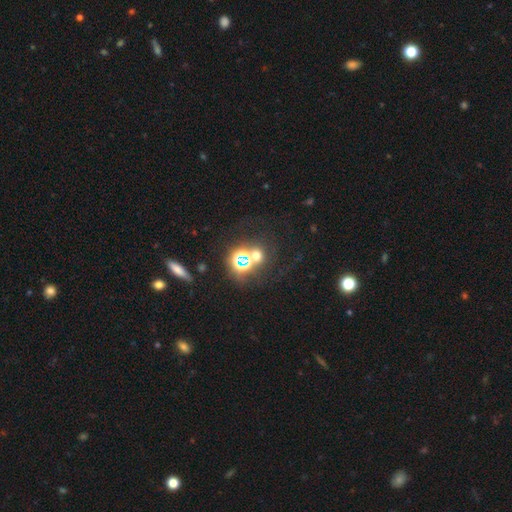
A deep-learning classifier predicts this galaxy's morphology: star or artifact 49%, smooth 41%, featured or disk 10%.